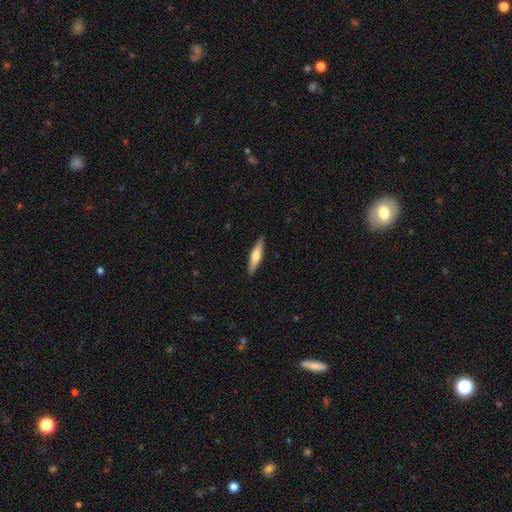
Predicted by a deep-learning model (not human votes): Smooth or featured? smooth (58%)
How rounded? cigar-shaped (80%)
Merging? none (90%)